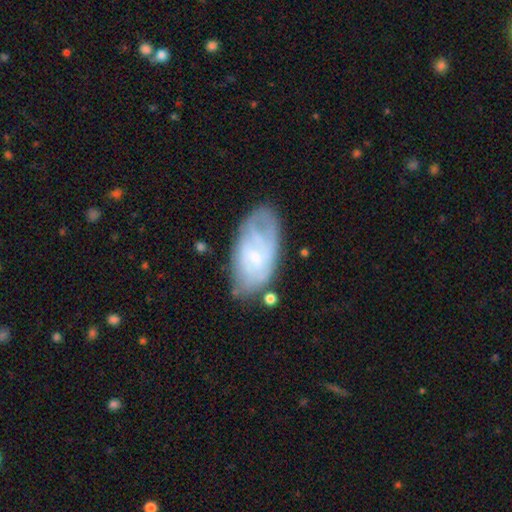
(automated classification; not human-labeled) featured or disk 52%, smooth 40%, star or artifact 8%. Down the decision tree: edge-on disk — no (92%); merging — none (60%).